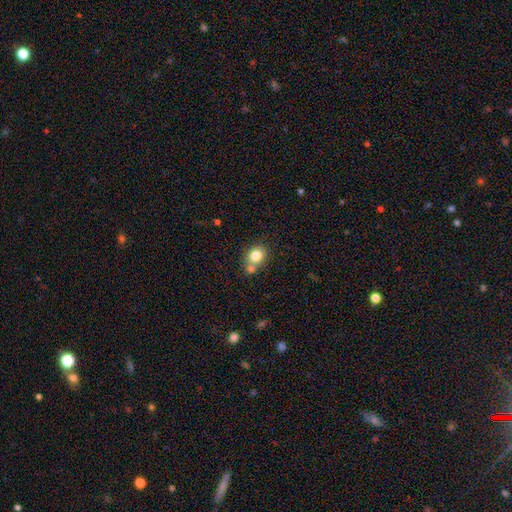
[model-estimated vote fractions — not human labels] smooth_or_featured: smooth (p=0.79) [alt: star or artifact p=0.11]
how_rounded: round (p=0.62) [alt: in between p=0.37]
merging: none (p=0.59) [alt: merger p=0.28]